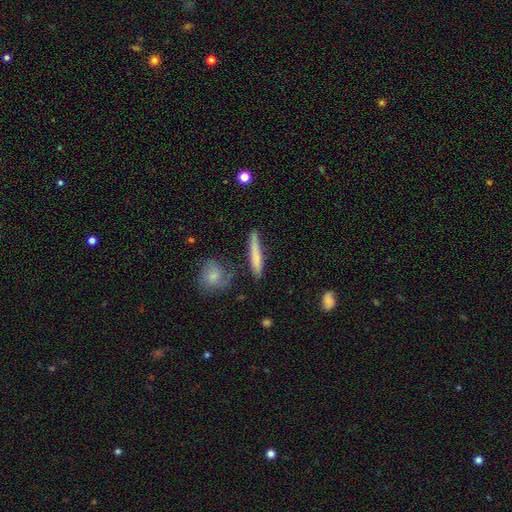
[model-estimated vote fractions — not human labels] A smooth galaxy with no disk features (67%) that is cigar-shaped (93%). Merging: none (75%).